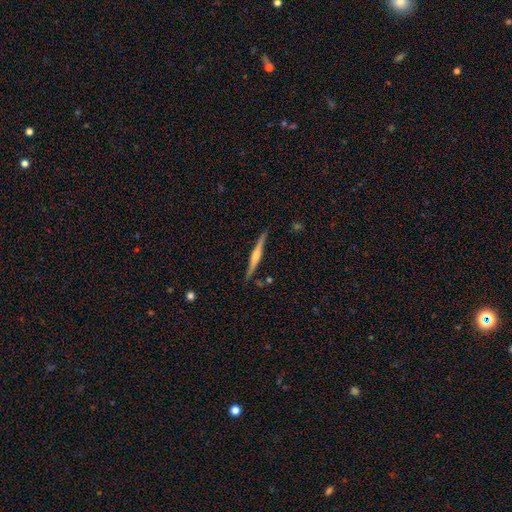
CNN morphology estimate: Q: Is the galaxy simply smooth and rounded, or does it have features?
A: featured or disk — 73%.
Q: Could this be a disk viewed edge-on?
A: yes — 98%.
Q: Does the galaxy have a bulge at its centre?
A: rounded — 77%.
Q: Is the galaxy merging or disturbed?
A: none — 88%.